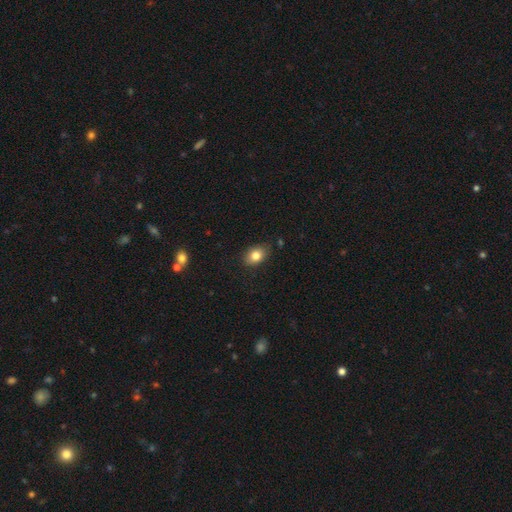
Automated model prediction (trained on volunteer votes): Morphology: type=smooth (82%); roundness=in between (75%); merging=none (81%).